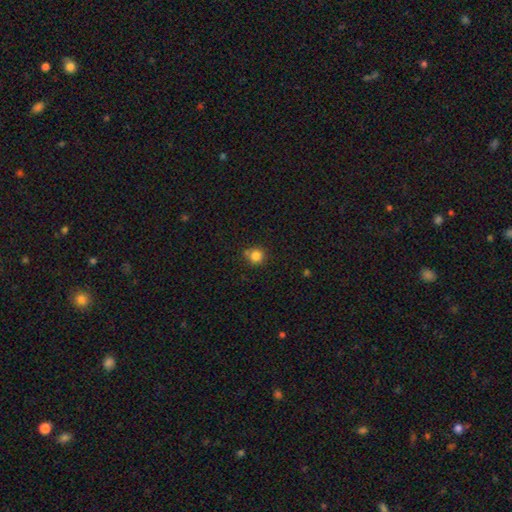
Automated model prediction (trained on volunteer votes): smooth 83%, star or artifact 12%, featured or disk 5%. Down the decision tree: how rounded — round (92%); merging — none (74%).